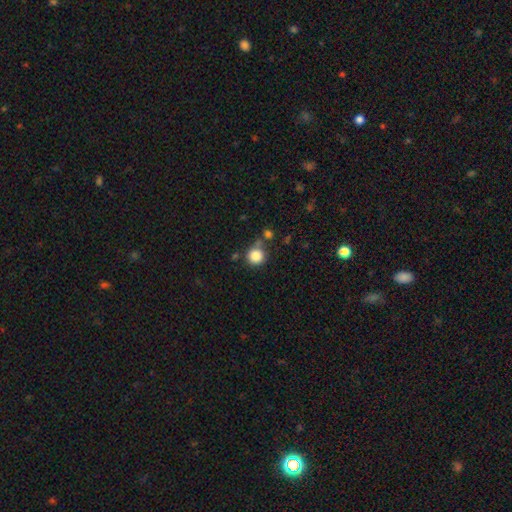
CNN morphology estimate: smooth_or_featured: smooth (p=0.85) [alt: star or artifact p=0.10]
how_rounded: round (p=0.92) [alt: in between p=0.07]
merging: none (p=0.67) [alt: merger p=0.14]